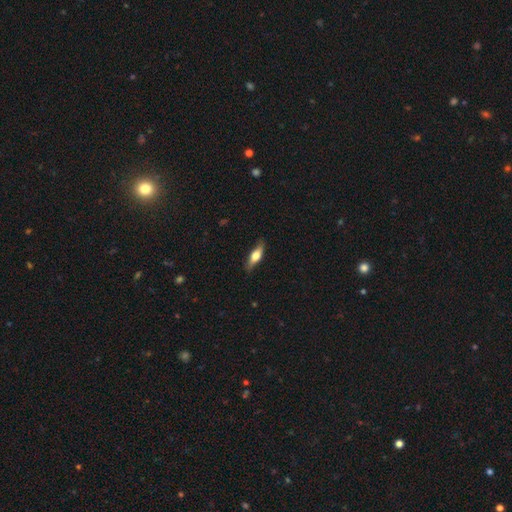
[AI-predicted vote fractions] smooth 49%, featured or disk 45%, star or artifact 6%. Down the decision tree: merging — none (84%).